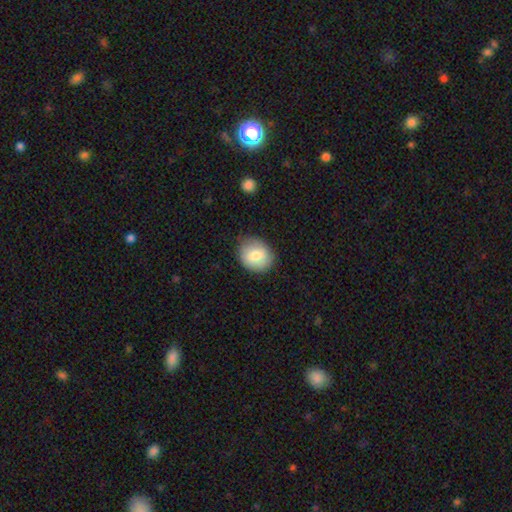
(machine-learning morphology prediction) The model was most divided on "how rounded": round: 66%, in between: 33%, cigar-shaped: 1%. More confident: merging — none (79%); smooth or featured — smooth (78%).